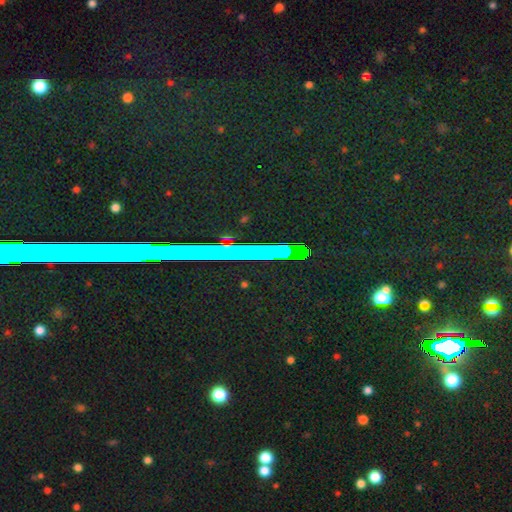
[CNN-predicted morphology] This appears to be a star or artifact, not a galaxy (77%).